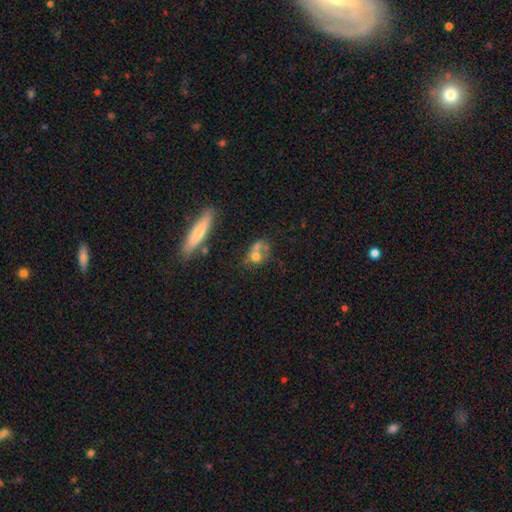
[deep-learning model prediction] Smooth or featured? Predicted: smooth (p=0.56). How rounded? Predicted: in between (p=0.50). Merging? Predicted: merger (p=0.41).